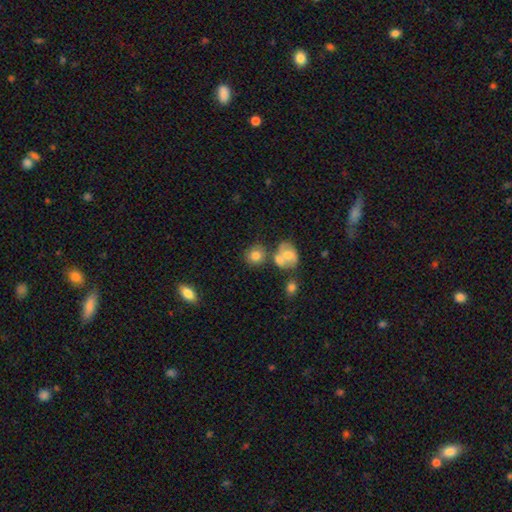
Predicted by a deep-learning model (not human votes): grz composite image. It shows a smooth galaxy with no disk features (77%) that is round (80%). Merging: none (57%).